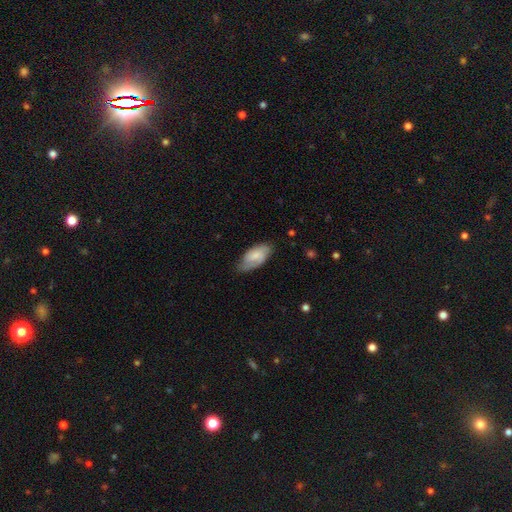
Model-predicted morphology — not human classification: A smooth galaxy with no disk features (53%) that is in between round and cigar-shaped (90%).

Vote fractions:
- Smooth or featured? smooth: 53% / featured or disk: 40% / star or artifact: 6%
- How rounded? in between: 90% / cigar-shaped: 7% / round: 3%
- Merging? none: 66% / minor disturbance: 26% / major disturbance: 7% / merger: 1%